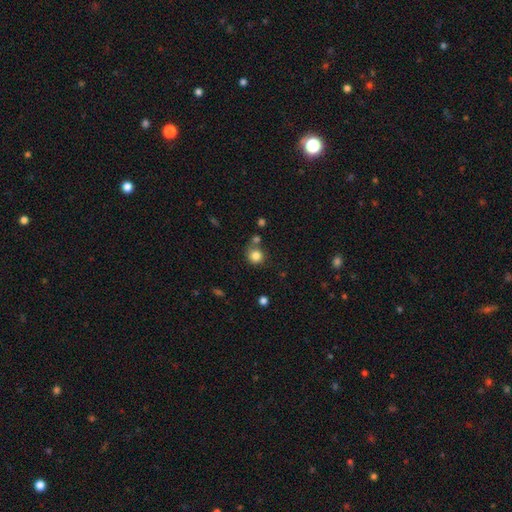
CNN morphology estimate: smooth_or_featured: smooth (p=0.83) [alt: star or artifact p=0.11]
how_rounded: round (p=0.90) [alt: in between p=0.09]
merging: none (p=0.66) [alt: merger p=0.17]